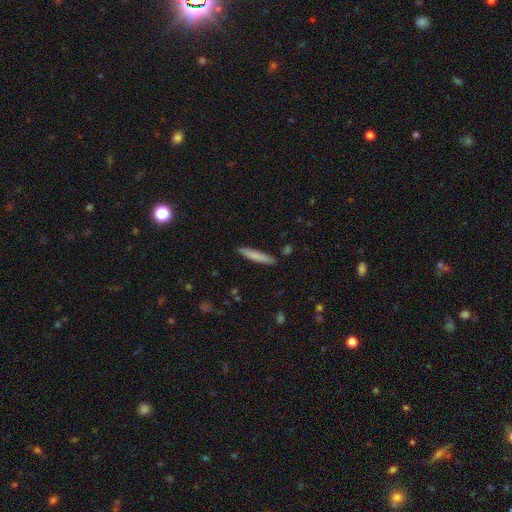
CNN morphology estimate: This is likely a smooth galaxy (78%). How rounded: clearly cigar-shaped (92%). Merging: clearly none (87%).